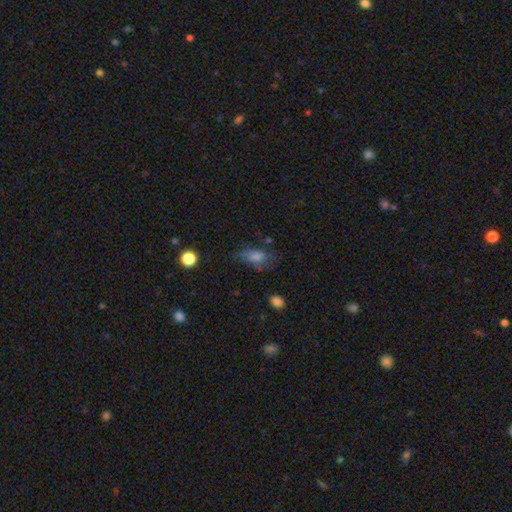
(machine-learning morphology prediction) Smooth or featured? smooth (54%)
How rounded? in between (76%)
Merging? none (53%)